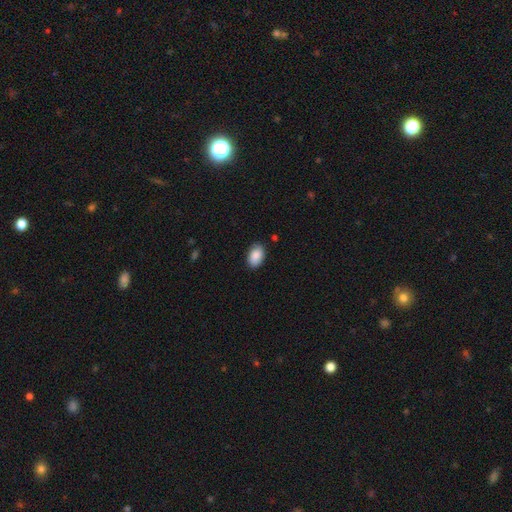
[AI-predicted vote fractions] Smooth or featured?
  - smooth: 89% *
  - star or artifact: 6%
  - featured or disk: 4%
How rounded?
  - in between: 92% *
  - round: 7%
  - cigar-shaped: 1%
Merging?
  - none: 86% *
  - minor disturbance: 11%
  - major disturbance: 2%
  - merger: 1%